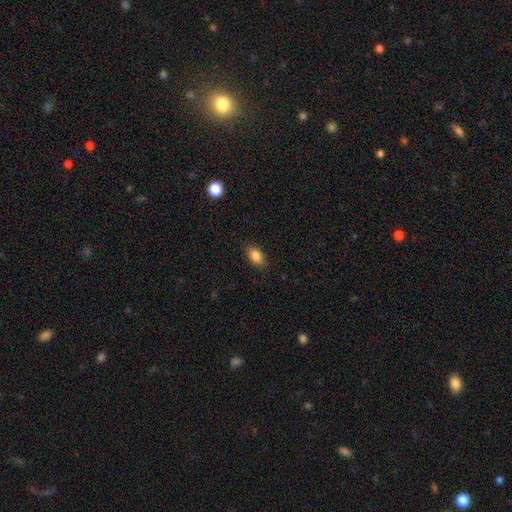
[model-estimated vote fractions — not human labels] Smooth or featured?
  - smooth: 85% *
  - star or artifact: 8%
  - featured or disk: 6%
How rounded?
  - in between: 87% *
  - round: 10%
  - cigar-shaped: 3%
Merging?
  - none: 86% *
  - minor disturbance: 10%
  - major disturbance: 3%
  - merger: 1%